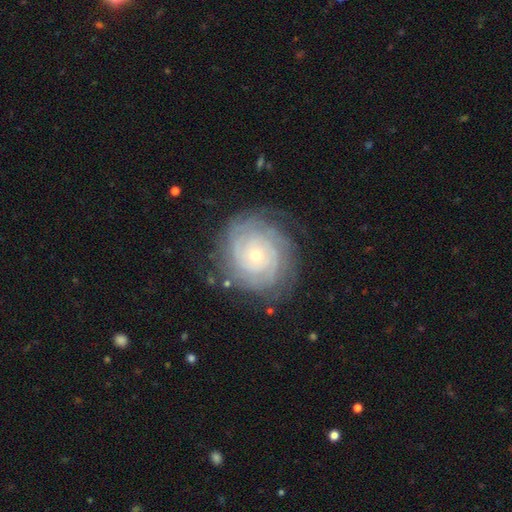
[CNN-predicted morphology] The model was most divided on "spiral arm count": can't tell: 33%, 4: 18%, 3: 16%, 2: 14%, more than 4: 11%, 1: 7%. More confident: edge-on disk — no (97%); spiral arms — yes (97%); smooth or featured — featured or disk (85%); spiral winding — tight (84%); bar — no (82%); merging — none (80%); bulge size — small (69%).